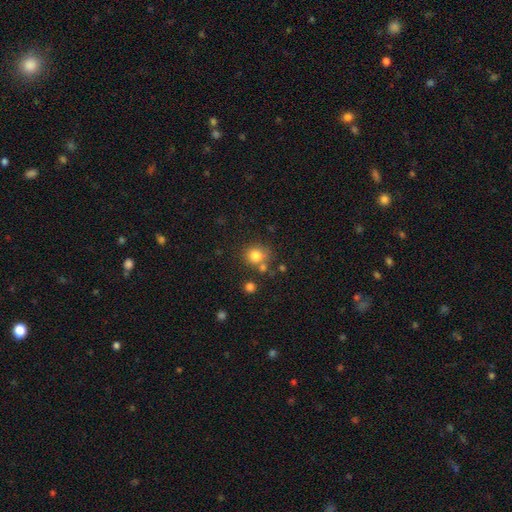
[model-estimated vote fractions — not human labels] This appears to be a smooth galaxy with no disk features (81%) that is round (83%). Merging: none (67%).